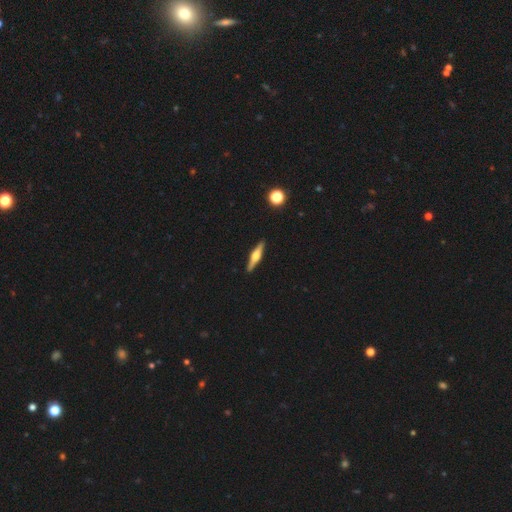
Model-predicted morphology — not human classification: type=featured or disk (72%); edge-on=yes (98%); edge-on bulge=rounded (92%); merging=none (92%).